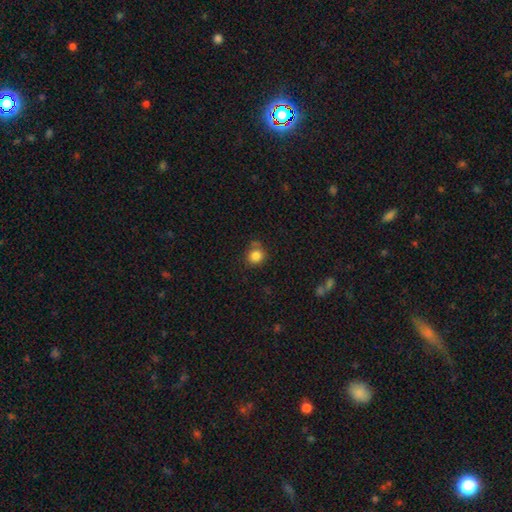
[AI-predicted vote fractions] The model was most divided on "merging": none: 72%, minor disturbance: 17%, merger: 6%, major disturbance: 5%. More confident: how rounded — round (87%); smooth or featured — smooth (84%).